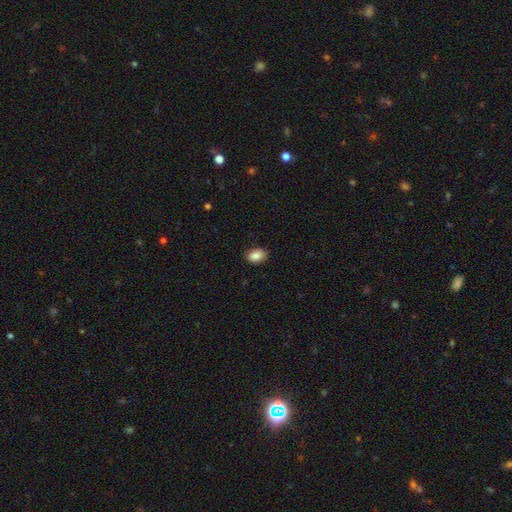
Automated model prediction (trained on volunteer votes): Smooth or featured? Predicted: smooth (p=0.86). How rounded? Predicted: in between (p=0.81). Merging? Predicted: none (p=0.85).